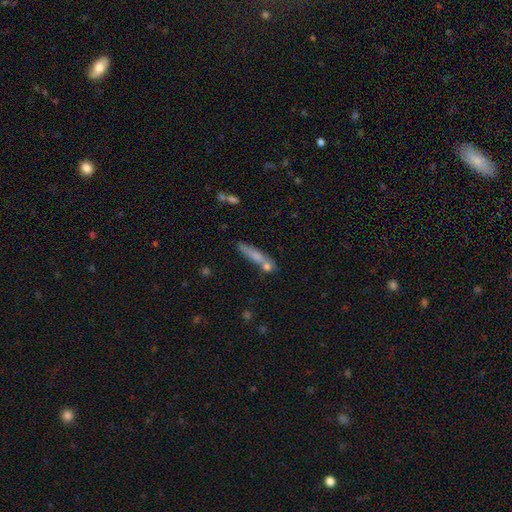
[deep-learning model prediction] A smooth galaxy with no disk features (68%) that is cigar-shaped (88%). Merging: none (63%).